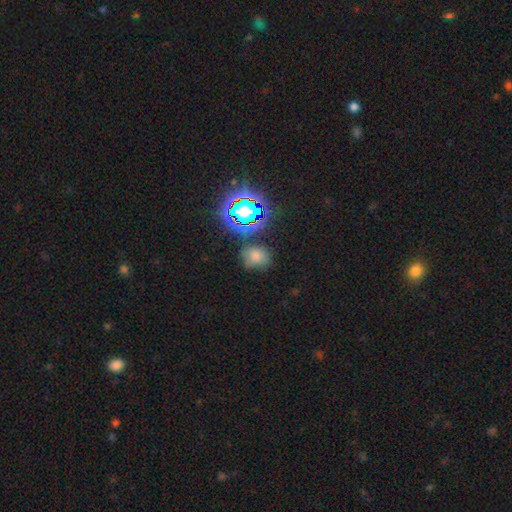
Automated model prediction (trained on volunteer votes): Smooth or featured: smooth — 62% (star or artifact — 28%)
How rounded: round — 59% (in between — 39%)
Merging: none — 70% (minor disturbance — 18%)